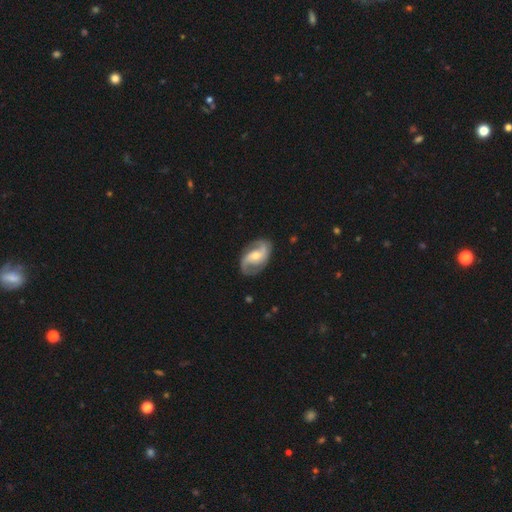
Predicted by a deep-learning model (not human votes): Smooth or featured? Predicted: featured or disk (p=0.86). Edge-on disk? Predicted: no (p=0.97). Bar? Predicted: no (p=0.44). Spiral arms? Predicted: yes (p=0.96). Spiral winding? Predicted: medium (p=0.46). Spiral arm count? Predicted: 2 (p=0.91). Bulge size? Predicted: moderate (p=0.62). Merging? Predicted: none (p=0.80).